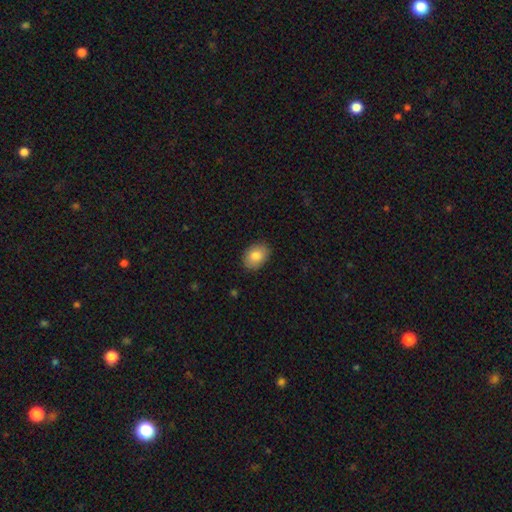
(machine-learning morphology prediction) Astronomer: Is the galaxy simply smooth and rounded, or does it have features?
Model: smooth — 82%.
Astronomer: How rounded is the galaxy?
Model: in between — 76%.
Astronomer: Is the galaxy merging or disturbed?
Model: none — 86%.